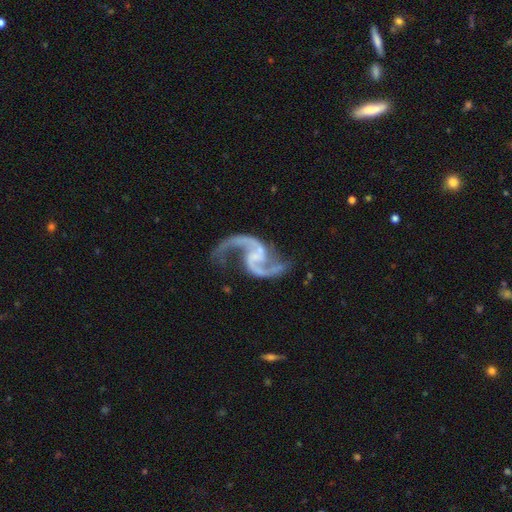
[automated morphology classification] type=featured or disk (94%); edge-on=no (98%); bar=weak (44%); spiral arms=yes (98%); winding=loose (58%); arm count=2 (94%); bulge=none (48%); merging=none (67%).